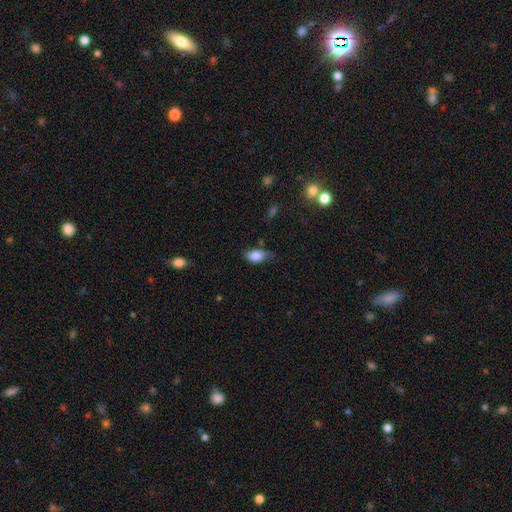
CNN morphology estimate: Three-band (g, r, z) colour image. It shows a smooth galaxy with no disk features (82%) that is in between round and cigar-shaped (88%). Merging: none (55%).